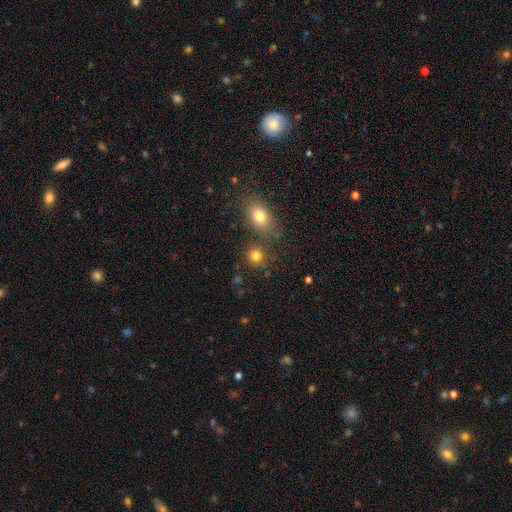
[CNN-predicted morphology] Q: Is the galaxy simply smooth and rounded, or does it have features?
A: smooth — 80%.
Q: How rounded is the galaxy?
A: round — 80%.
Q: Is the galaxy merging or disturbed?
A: none — 68%.